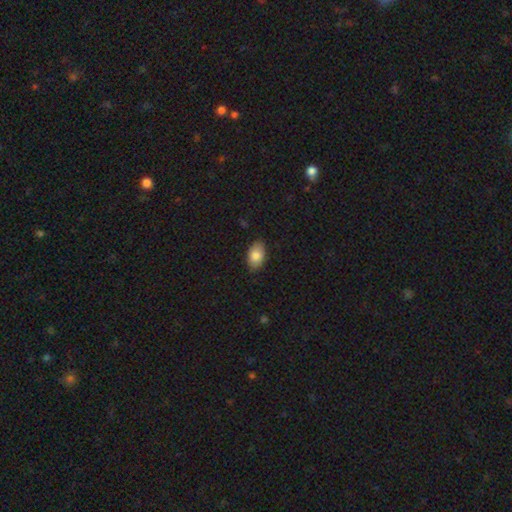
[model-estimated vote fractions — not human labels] Morphology: type=smooth (83%); roundness=in between (91%); merging=none (84%).